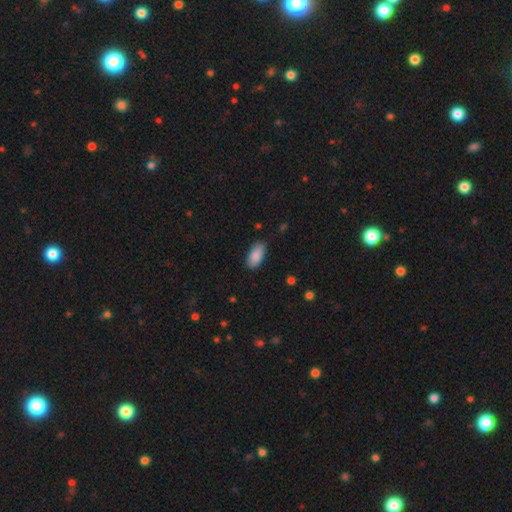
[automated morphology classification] A smooth galaxy with no disk features (88%) that is in between round and cigar-shaped (93%).

Vote fractions:
- Smooth or featured? smooth: 88% / star or artifact: 6% / featured or disk: 5%
- How rounded? in between: 93% / cigar-shaped: 5% / round: 2%
- Merging? none: 82% / minor disturbance: 14% / major disturbance: 3% / merger: 1%